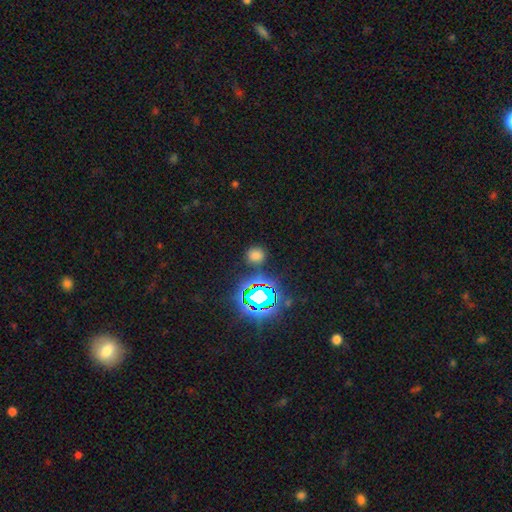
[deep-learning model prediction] smooth_or_featured: smooth (p=0.64) [alt: star or artifact p=0.30]
how_rounded: round (p=0.80) [alt: in between p=0.18]
merging: none (p=0.84) [alt: minor disturbance p=0.09]